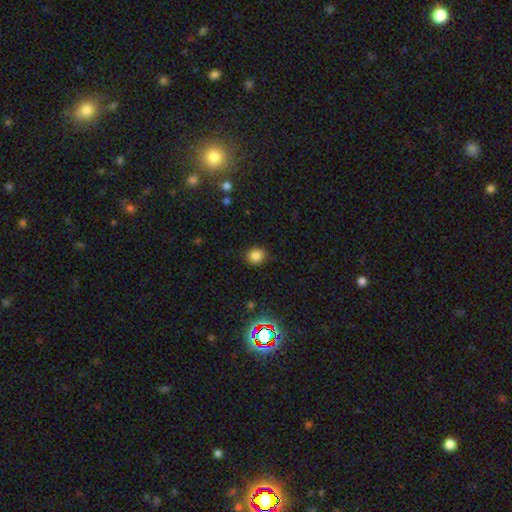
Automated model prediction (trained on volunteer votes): Smooth or featured? smooth (81%)
How rounded? round (72%)
Merging? none (87%)